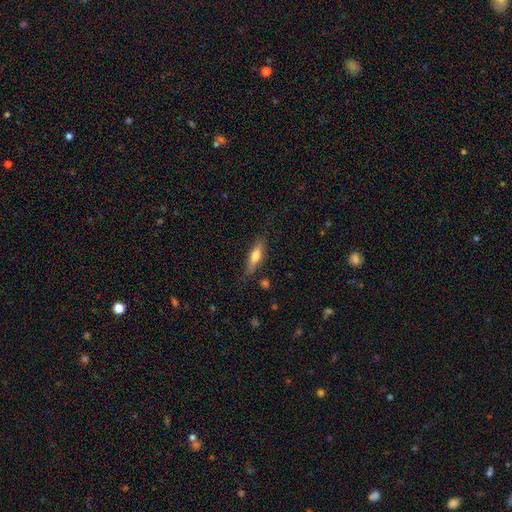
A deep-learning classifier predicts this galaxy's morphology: smooth-or-featured: smooth: 57% | featured or disk: 37% | star or artifact: 6%
  how-rounded: cigar-shaped: 61% | in between: 37% | round: 3%
  merging: none: 80% | minor disturbance: 15% | major disturbance: 3% | merger: 2%